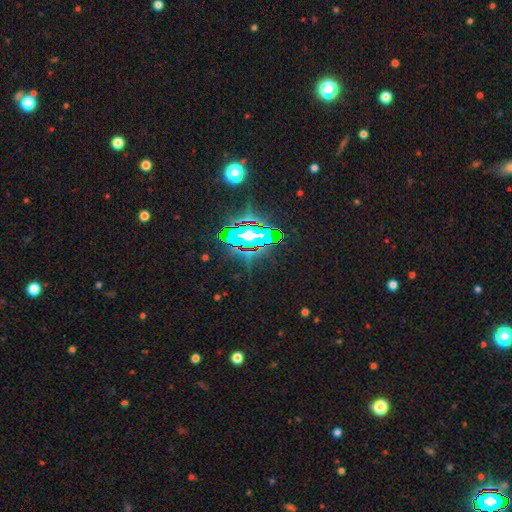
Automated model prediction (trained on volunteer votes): smooth_or_featured: star or artifact (p=0.83) [alt: smooth p=0.09]